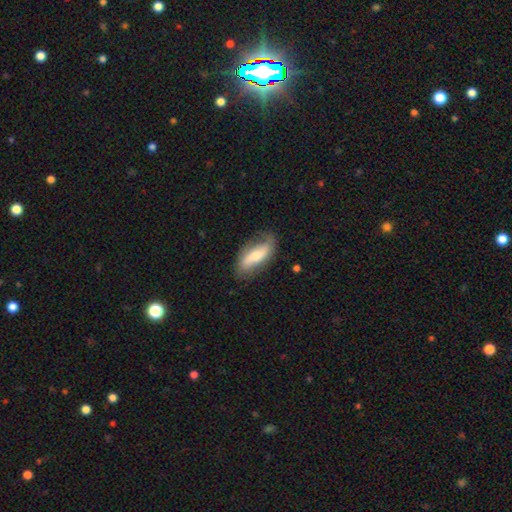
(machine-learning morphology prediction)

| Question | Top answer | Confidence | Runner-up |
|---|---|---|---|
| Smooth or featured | featured or disk | 49% | smooth (45%) |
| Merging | none | 72% | minor disturbance (20%) |